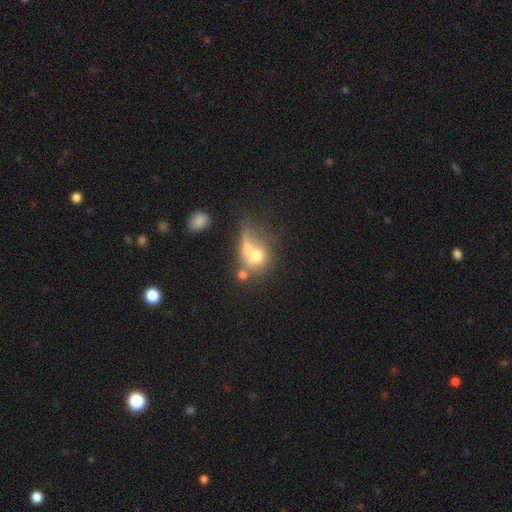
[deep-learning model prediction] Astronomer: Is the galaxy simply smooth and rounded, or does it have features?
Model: smooth — 58%.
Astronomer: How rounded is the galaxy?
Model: round — 55% (runner-up: in between, 41%).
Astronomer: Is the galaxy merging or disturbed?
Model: merger — 41% (runner-up: major disturbance, 23%).